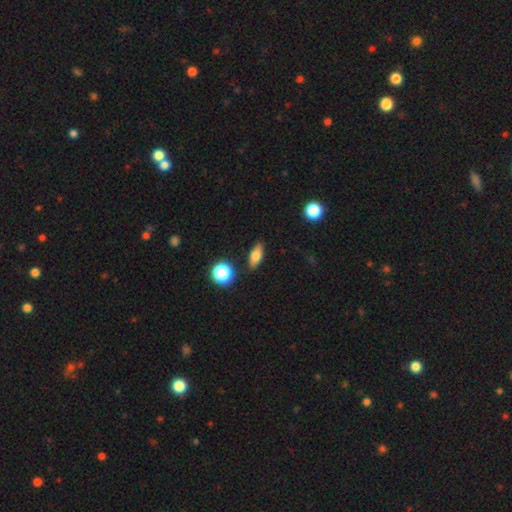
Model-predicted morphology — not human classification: smooth-or-featured: smooth: 72% | featured or disk: 18% | star or artifact: 10%
  how-rounded: in between: 72% | cigar-shaped: 19% | round: 9%
  merging: none: 86% | minor disturbance: 9% | major disturbance: 2% | merger: 2%